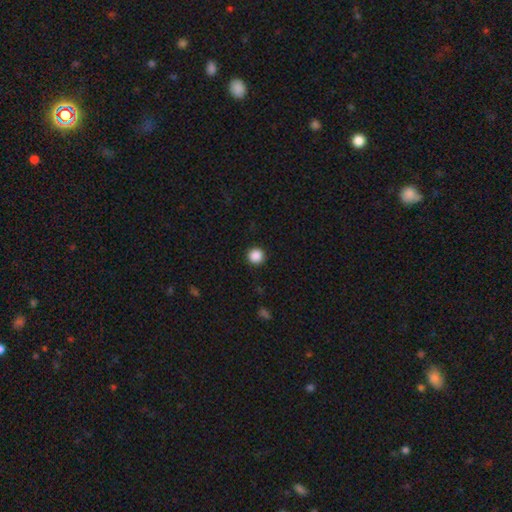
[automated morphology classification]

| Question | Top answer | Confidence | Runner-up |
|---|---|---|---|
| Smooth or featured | smooth | 88% | star or artifact (10%) |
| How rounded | round | 95% | in between (4%) |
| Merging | none | 92% | minor disturbance (5%) |